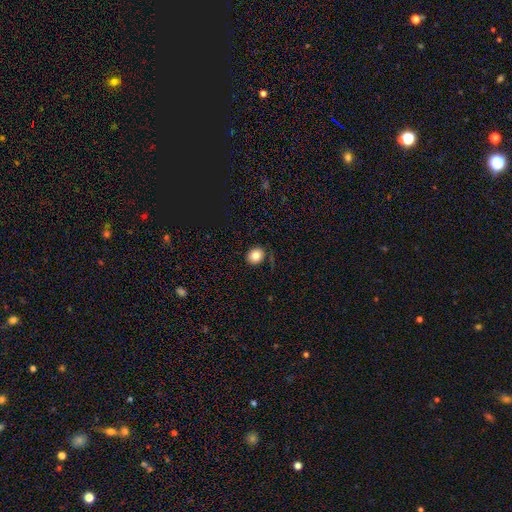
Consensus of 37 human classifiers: Q: Smooth or featured?
A: smooth (81%); runner-up: featured or disk (14%)
Q: How rounded?
A: round (67%); runner-up: in between (33%)
Q: Merging?
A: none (77%); runner-up: minor disturbance (11%)